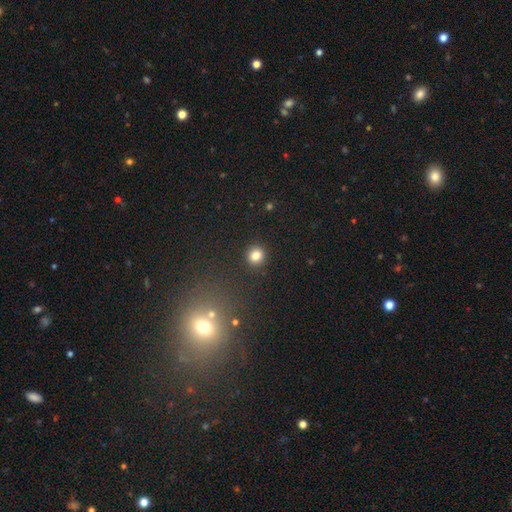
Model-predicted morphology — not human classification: Q: Smooth or featured?
A: smooth (82%); runner-up: star or artifact (12%)
Q: How rounded?
A: round (89%); runner-up: in between (10%)
Q: Merging?
A: none (91%); runner-up: minor disturbance (5%)